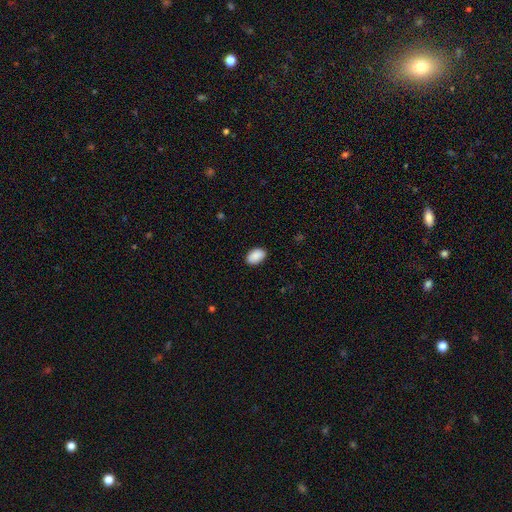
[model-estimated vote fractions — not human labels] smooth_or_featured: smooth (p=0.90) [alt: star or artifact p=0.07]
how_rounded: in between (p=0.91) [alt: round p=0.08]
merging: none (p=0.86) [alt: minor disturbance p=0.11]